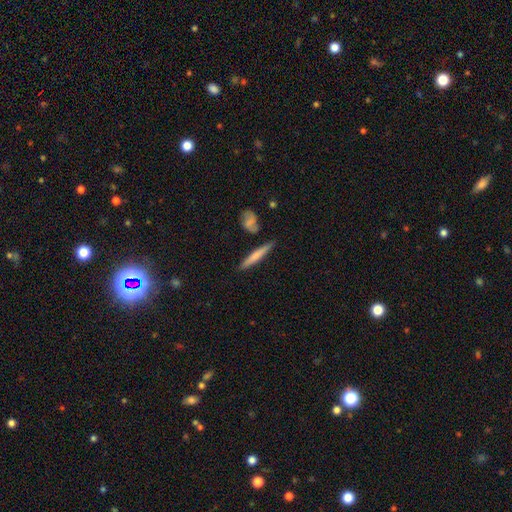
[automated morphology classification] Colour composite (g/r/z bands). It shows a smooth galaxy with no disk features (64%) that is cigar-shaped (92%). Merging: none (80%).